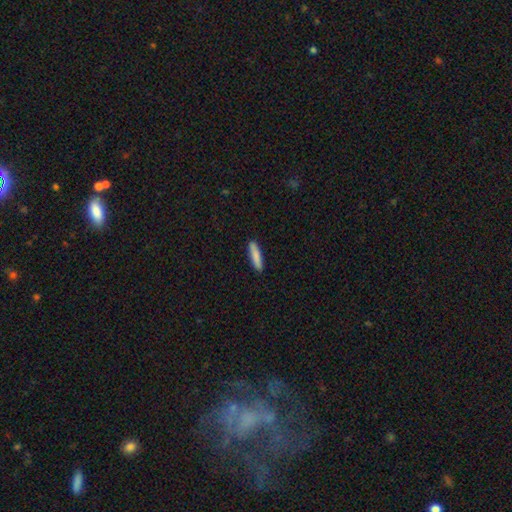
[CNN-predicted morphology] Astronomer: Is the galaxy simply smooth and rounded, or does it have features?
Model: smooth — 84%.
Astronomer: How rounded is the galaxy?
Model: cigar-shaped — 85%.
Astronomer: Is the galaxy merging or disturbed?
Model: none — 89%.